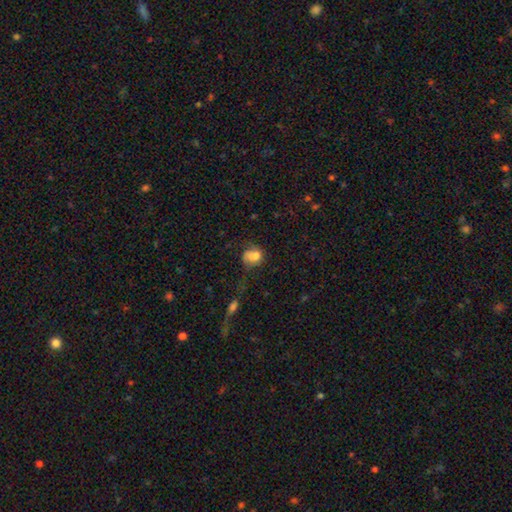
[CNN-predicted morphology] Smooth or featured?
  - smooth: 68% *
  - featured or disk: 21%
  - star or artifact: 11%
How rounded?
  - round: 55% *
  - in between: 44%
  - cigar-shaped: 1%
Merging?
  - none: 35% *
  - major disturbance: 26%
  - minor disturbance: 25%
  - merger: 13%